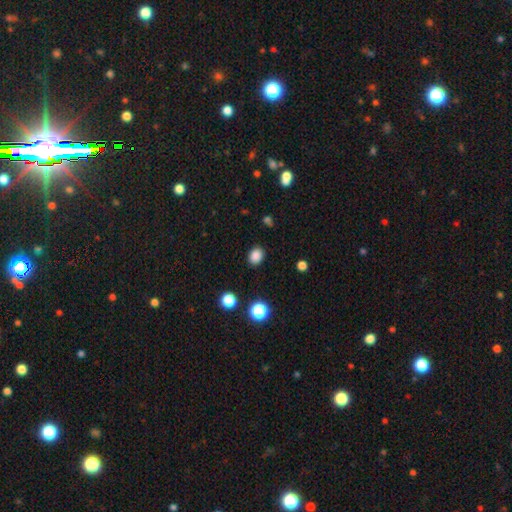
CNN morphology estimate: Smooth or featured? smooth (85%)
How rounded? round (51%)
Merging? none (88%)